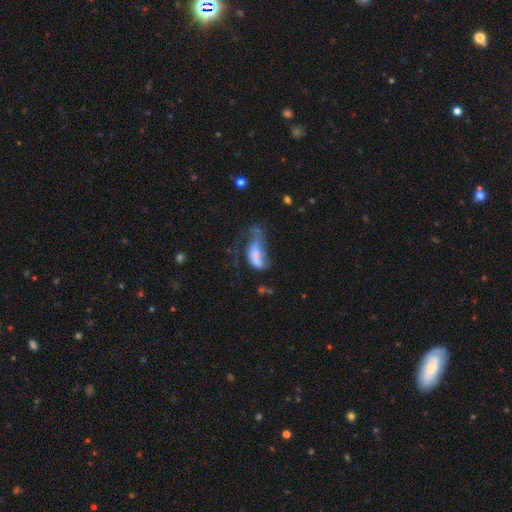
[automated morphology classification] A smooth galaxy with no disk features (52%) that is in between round and cigar-shaped (86%).

Vote fractions:
- Smooth or featured? smooth: 52% / featured or disk: 38% / star or artifact: 9%
- How rounded? in between: 86% / cigar-shaped: 10% / round: 4%
- Merging? major disturbance: 49% / minor disturbance: 19% / none: 19% / merger: 13%